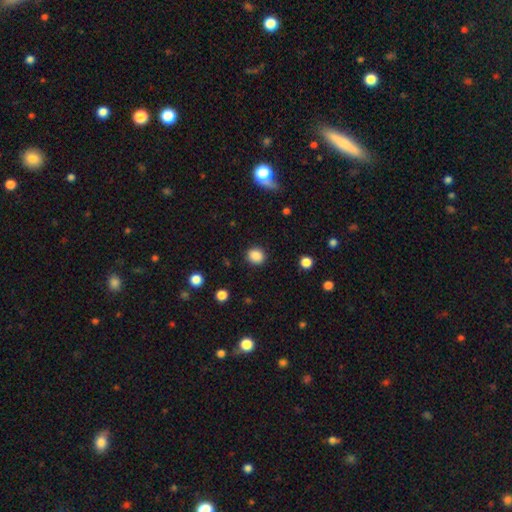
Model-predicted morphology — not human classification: Smooth or featured?
  - smooth: 87% *
  - star or artifact: 10%
  - featured or disk: 3%
How rounded?
  - round: 79% *
  - in between: 20%
  - cigar-shaped: 1%
Merging?
  - none: 90% *
  - minor disturbance: 7%
  - major disturbance: 2%
  - merger: 1%